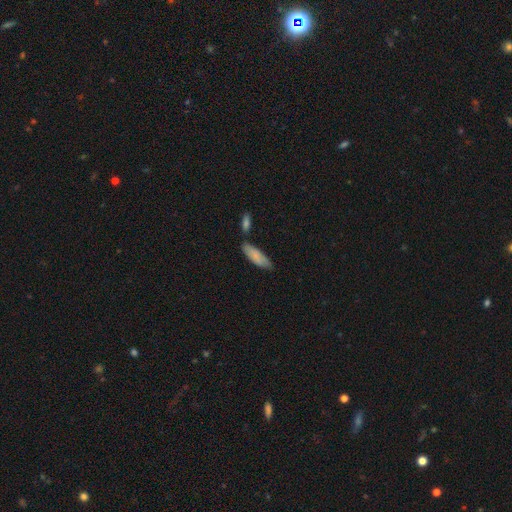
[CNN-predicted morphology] Smooth or featured?
  - smooth: 78% *
  - featured or disk: 16%
  - star or artifact: 6%
How rounded?
  - in between: 57% *
  - cigar-shaped: 42%
  - round: 2%
Merging?
  - none: 63% *
  - minor disturbance: 20%
  - merger: 13%
  - major disturbance: 4%